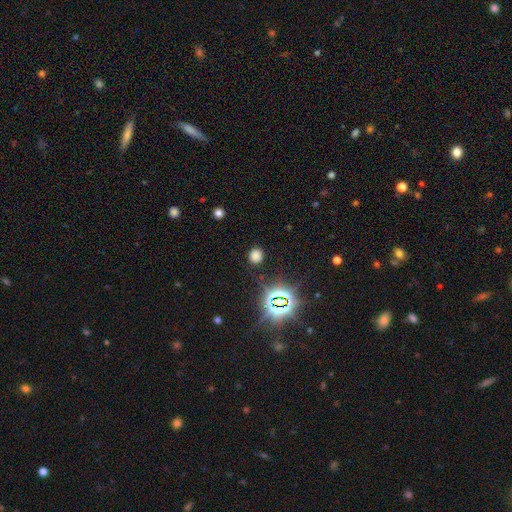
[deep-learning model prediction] Overall: smooth (65%; star or artifact 30%). How rounded: round (81%). Merging: none (86%).